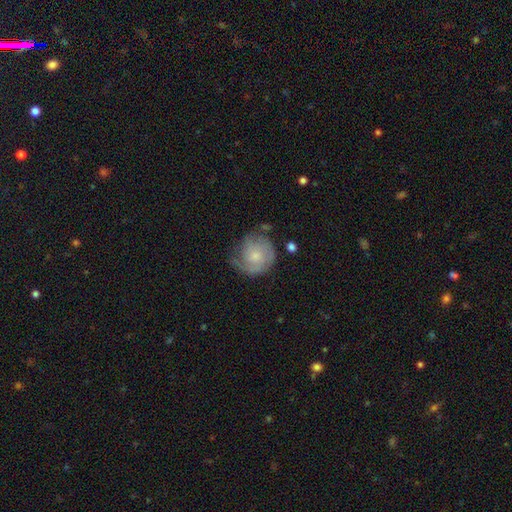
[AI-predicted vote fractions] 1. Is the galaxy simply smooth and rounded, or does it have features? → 52% featured or disk, 42% smooth, 7% star or artifact.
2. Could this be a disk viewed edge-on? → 97% no, 3% yes.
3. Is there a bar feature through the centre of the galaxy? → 78% no, 20% weak, 2% strong.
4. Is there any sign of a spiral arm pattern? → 81% yes, 19% no.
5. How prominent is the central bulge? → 43% small, 42% moderate, 8% none, 5% large, 2% dominant.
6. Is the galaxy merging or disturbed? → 55% none, 27% minor disturbance, 15% major disturbance, 3% merger.